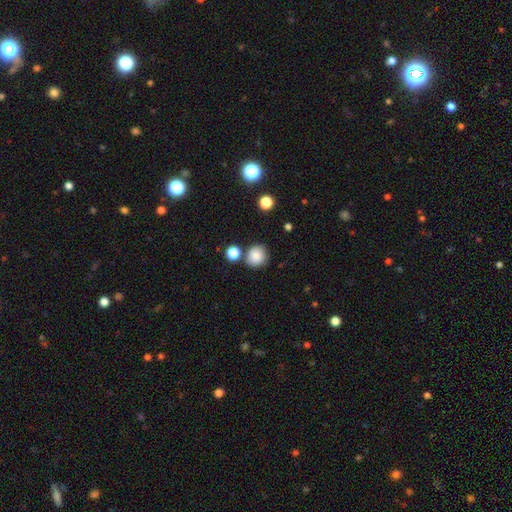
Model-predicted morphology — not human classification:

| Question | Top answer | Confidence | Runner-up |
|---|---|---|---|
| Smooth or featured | smooth | 85% | star or artifact (10%) |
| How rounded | round | 86% | in between (13%) |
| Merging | none | 76% | minor disturbance (11%) |